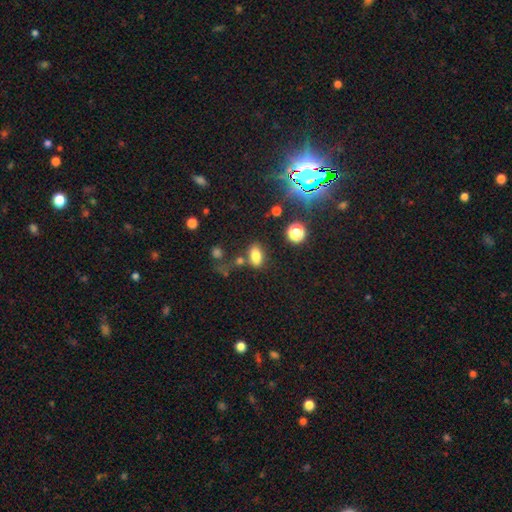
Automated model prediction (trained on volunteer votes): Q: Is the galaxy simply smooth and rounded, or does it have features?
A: smooth — 78%.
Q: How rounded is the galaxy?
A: in between — 85%.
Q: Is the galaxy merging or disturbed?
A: none — 69%.